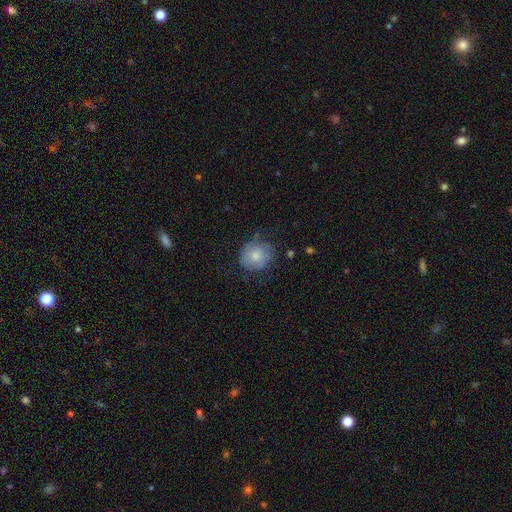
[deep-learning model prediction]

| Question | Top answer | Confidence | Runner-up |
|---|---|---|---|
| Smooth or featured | smooth | 73% | featured or disk (19%) |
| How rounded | round | 79% | in between (21%) |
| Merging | none | 63% | minor disturbance (26%) |